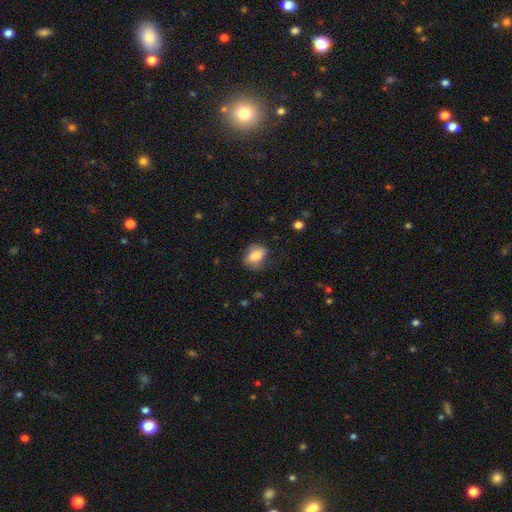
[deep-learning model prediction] smooth-or-featured: smooth: 78% | featured or disk: 14% | star or artifact: 8%
  how-rounded: in between: 67% | round: 31% | cigar-shaped: 1%
  merging: none: 70% | minor disturbance: 22% | major disturbance: 7% | merger: 1%